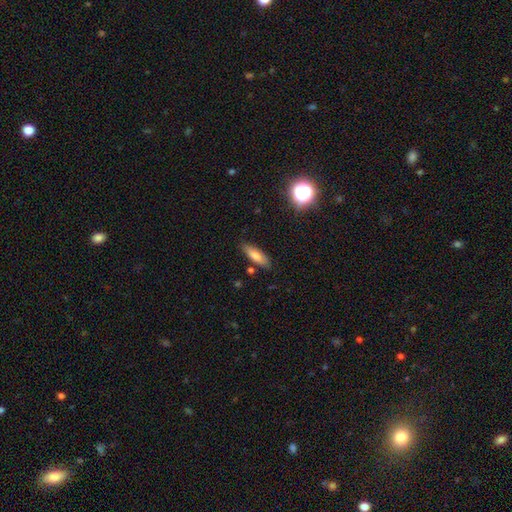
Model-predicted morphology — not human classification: Smooth or featured: smooth — 77% (featured or disk — 14%)
How rounded: in between — 58% (cigar-shaped — 39%)
Merging: none — 80% (minor disturbance — 14%)